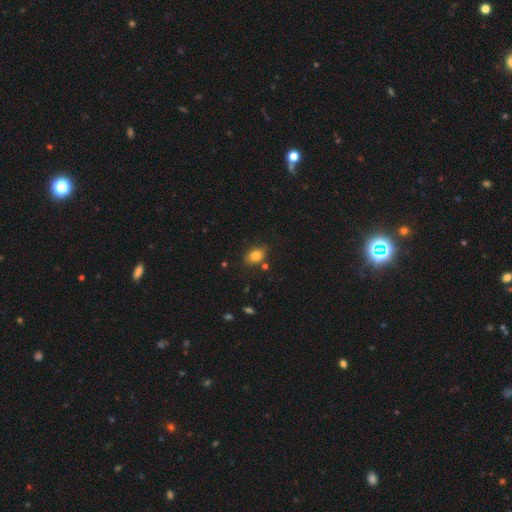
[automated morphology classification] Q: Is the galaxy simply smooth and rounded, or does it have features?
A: smooth — 81%.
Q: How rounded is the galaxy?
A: in between — 80%.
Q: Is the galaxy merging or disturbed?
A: none — 79%.